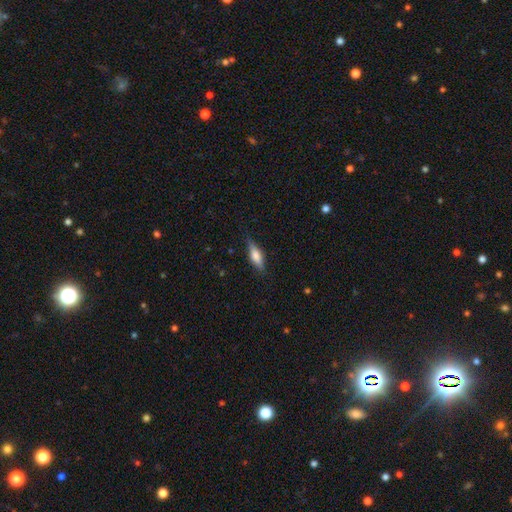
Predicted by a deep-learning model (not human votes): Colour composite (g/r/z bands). It shows a smooth galaxy with no disk features (63%) that is in between round and cigar-shaped (54%). Merging: none (80%).